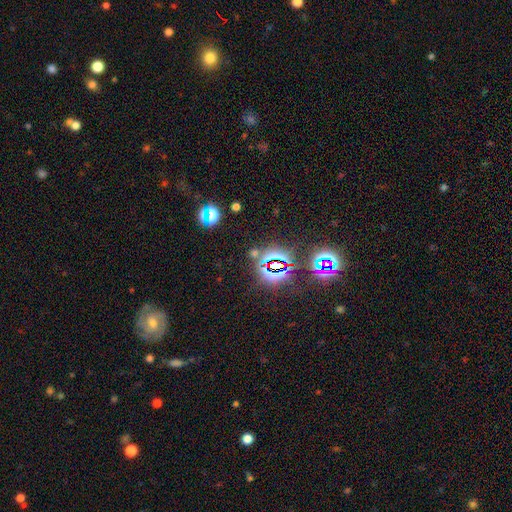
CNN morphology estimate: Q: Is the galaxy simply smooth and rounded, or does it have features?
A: star or artifact — 78%.